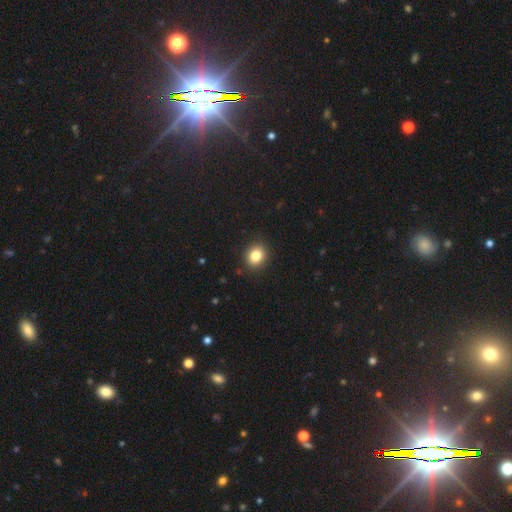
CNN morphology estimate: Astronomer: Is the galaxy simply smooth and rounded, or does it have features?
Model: smooth — 83%.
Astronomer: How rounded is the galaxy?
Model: round — 64%.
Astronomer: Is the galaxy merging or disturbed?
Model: none — 90%.